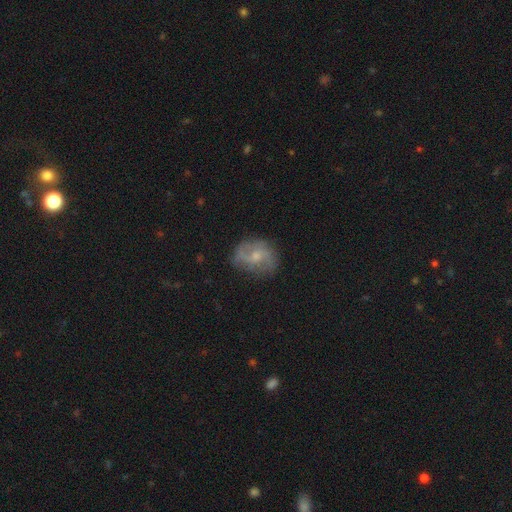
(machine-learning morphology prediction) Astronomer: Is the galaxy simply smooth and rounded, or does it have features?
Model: featured or disk — 65%.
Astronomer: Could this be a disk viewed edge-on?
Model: no — 97%.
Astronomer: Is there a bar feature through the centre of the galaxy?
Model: no — 55% (runner-up: weak, 38%).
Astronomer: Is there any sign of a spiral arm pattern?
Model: yes — 86%.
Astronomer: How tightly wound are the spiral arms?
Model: medium — 43% (runner-up: loose, 39%).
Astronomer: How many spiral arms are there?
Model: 2 — 73%.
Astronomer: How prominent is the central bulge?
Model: small — 47% (runner-up: moderate, 44%).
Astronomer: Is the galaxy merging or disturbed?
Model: none — 70%.